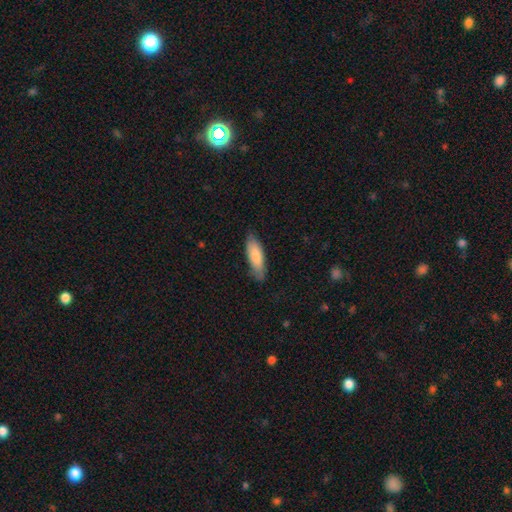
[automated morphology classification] Overall: smooth (80%). How rounded: in between (53%; cigar-shaped 46%). Merging: none (79%).